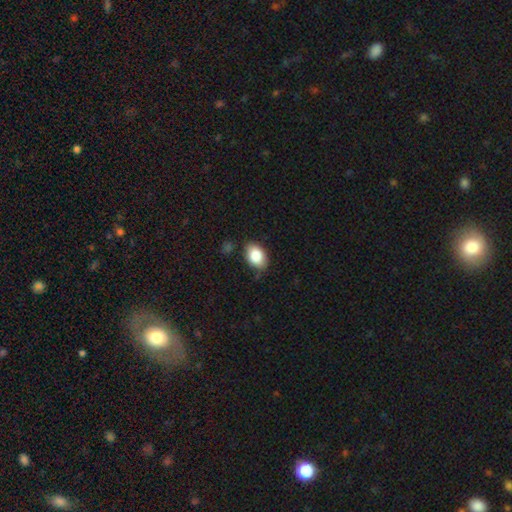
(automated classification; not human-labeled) Smooth or featured?
  - smooth: 85% *
  - featured or disk: 8%
  - star or artifact: 7%
How rounded?
  - in between: 85% *
  - round: 14%
  - cigar-shaped: 1%
Merging?
  - none: 79% *
  - minor disturbance: 16%
  - major disturbance: 3%
  - merger: 2%